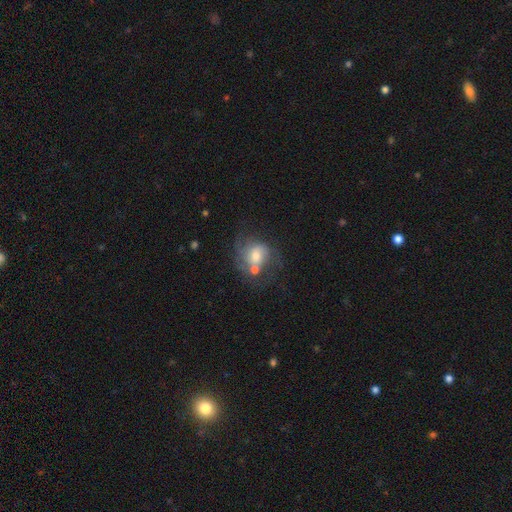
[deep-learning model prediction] A featured or disk galaxy (57%) with no bar (65%), spiral arms (78%) and a moderate central bulge (54%).

Vote fractions:
- Smooth or featured? featured or disk: 57% / smooth: 33% / star or artifact: 9%
- Edge-on disk? no: 97% / yes: 3%
- Bar? no: 65% / weak: 30% / strong: 5%
- Spiral arms? yes: 78% / no: 22%
- Bulge size? moderate: 54% / small: 23% / large: 16% / none: 5% / dominant: 2%
- Merging? none: 38% / major disturbance: 23% / minor disturbance: 20% / merger: 19%